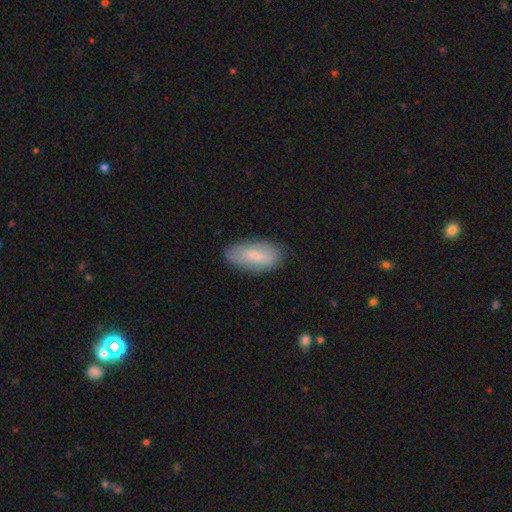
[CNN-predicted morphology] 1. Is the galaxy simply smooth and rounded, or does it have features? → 73% smooth, 20% featured or disk, 6% star or artifact.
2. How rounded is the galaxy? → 88% in between, 9% cigar-shaped, 2% round.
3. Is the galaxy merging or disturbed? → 79% none, 16% minor disturbance, 4% major disturbance, 1% merger.